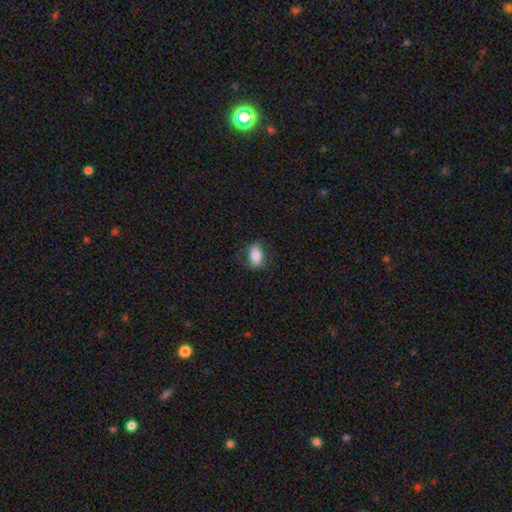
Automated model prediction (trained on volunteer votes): Overall: smooth (75%). How rounded: in between (87%). Merging: none (71%).